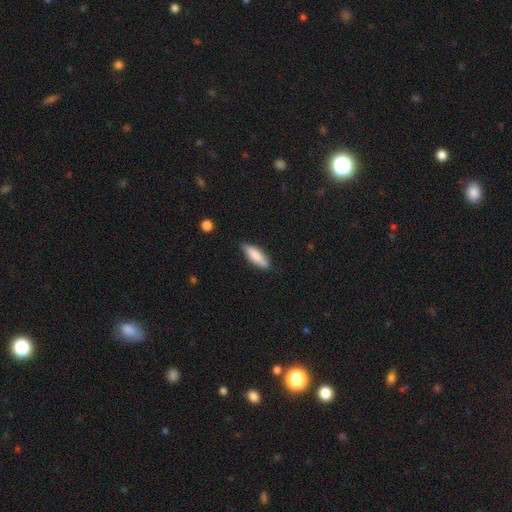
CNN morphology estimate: A smooth galaxy with no disk features (78%) that is cigar-shaped (55%). Merging: none (83%).